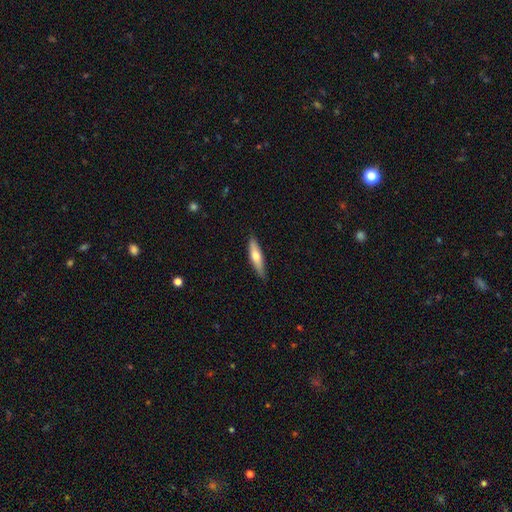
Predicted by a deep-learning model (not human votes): Overall: smooth (59%; featured or disk 36%). How rounded: cigar-shaped (75%). Merging: none (86%).